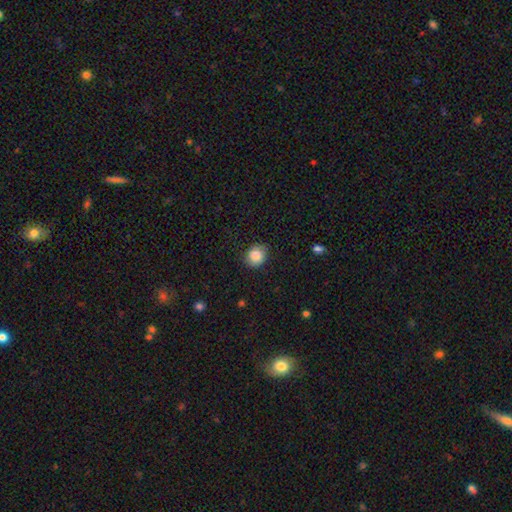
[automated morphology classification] Smooth or featured? Predicted: smooth (p=0.85). How rounded? Predicted: round (p=0.72). Merging? Predicted: none (p=0.79).